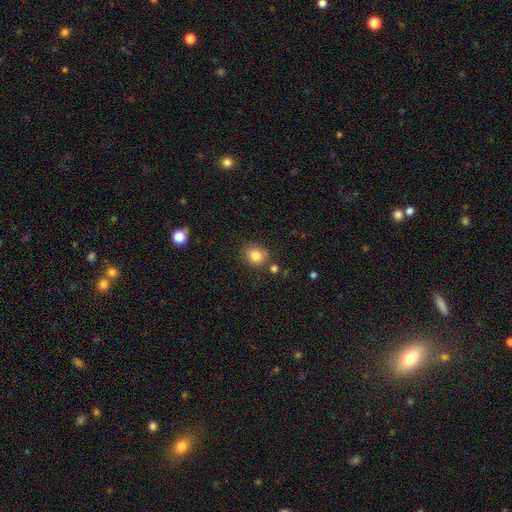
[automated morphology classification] This is clearly a smooth galaxy (82%). How rounded: likely round (71%). Merging: likely none (76%).